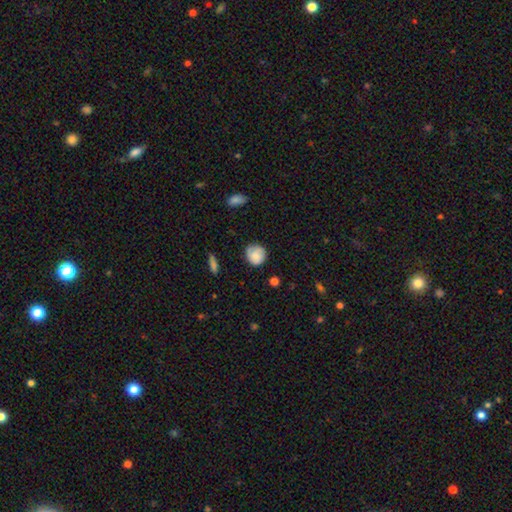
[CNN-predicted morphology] Smooth or featured: smooth — 76% (featured or disk — 17%)
How rounded: round — 87% (in between — 12%)
Merging: none — 73% (minor disturbance — 21%)